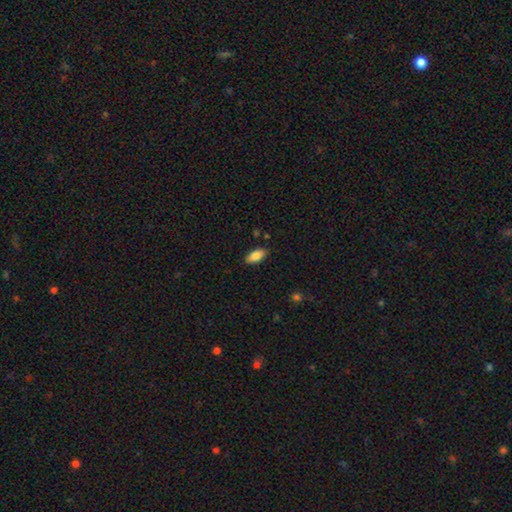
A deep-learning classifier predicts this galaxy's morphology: A smooth galaxy with no disk features (85%) that is in between round and cigar-shaped (90%). Merging: none (87%).